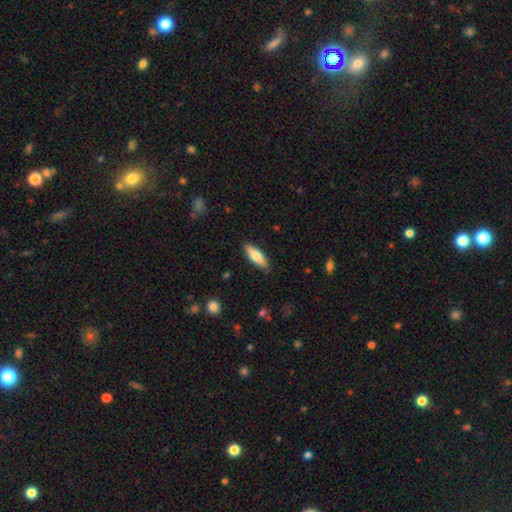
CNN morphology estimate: Smooth or featured?
  - smooth: 72% *
  - featured or disk: 22%
  - star or artifact: 6%
How rounded?
  - in between: 54% *
  - cigar-shaped: 44%
  - round: 2%
Merging?
  - none: 86% *
  - minor disturbance: 11%
  - major disturbance: 2%
  - merger: 1%